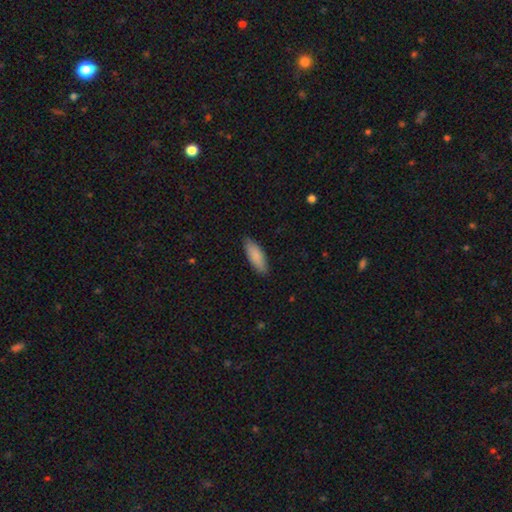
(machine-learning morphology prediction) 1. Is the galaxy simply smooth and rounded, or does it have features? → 86% smooth, 9% featured or disk, 5% star or artifact.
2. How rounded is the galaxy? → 64% in between, 35% cigar-shaped, 2% round.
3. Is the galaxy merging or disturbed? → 86% none, 11% minor disturbance, 2% major disturbance, 1% merger.